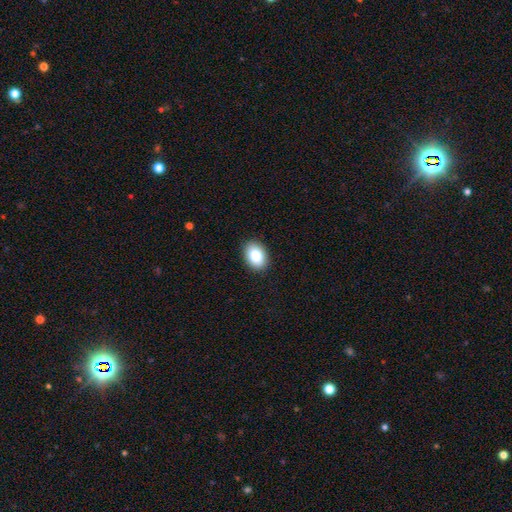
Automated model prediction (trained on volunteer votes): Smooth or featured: smooth — 84% (featured or disk — 8%)
How rounded: in between — 78% (round — 21%)
Merging: none — 89% (minor disturbance — 8%)